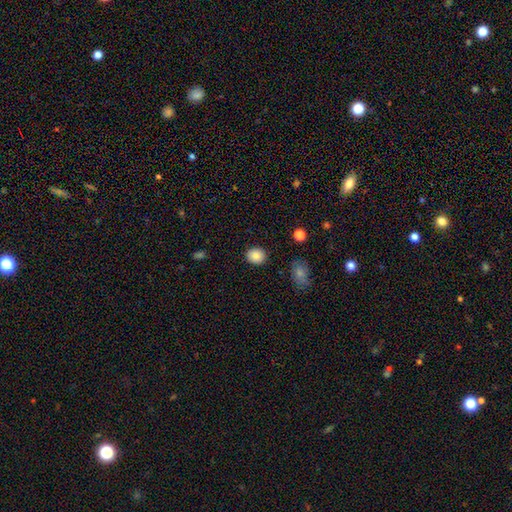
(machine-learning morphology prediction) smooth_or_featured: smooth (p=0.85) [alt: star or artifact p=0.09]
how_rounded: round (p=0.76) [alt: in between p=0.23]
merging: none (p=0.89) [alt: minor disturbance p=0.07]